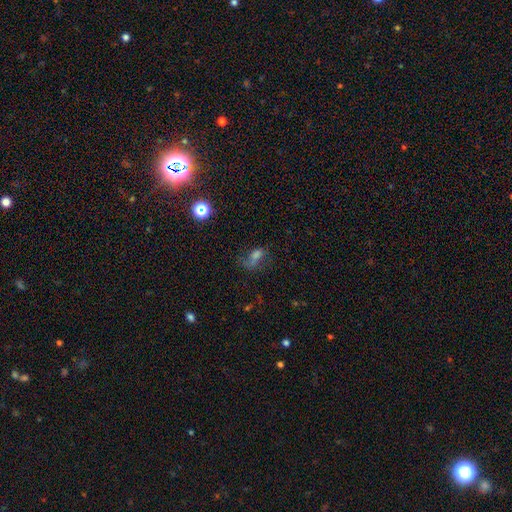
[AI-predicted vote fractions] smooth_or_featured: smooth (p=0.40) [alt: star or artifact p=0.31]
merging: none (p=0.40) [alt: major disturbance p=0.30]